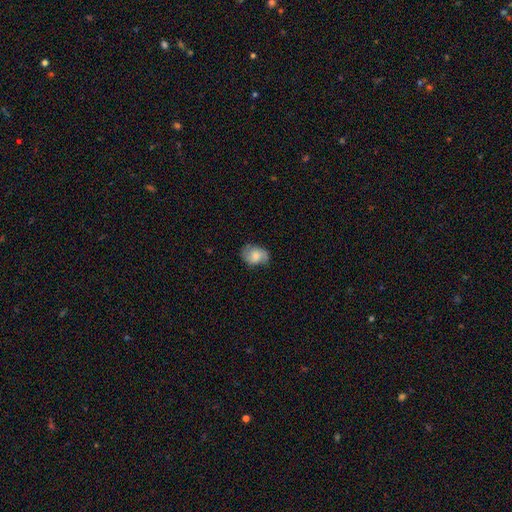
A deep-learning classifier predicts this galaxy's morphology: Smooth or featured: smooth — 60% (featured or disk — 33%)
How rounded: in between — 73% (round — 26%)
Merging: none — 65% (minor disturbance — 27%)